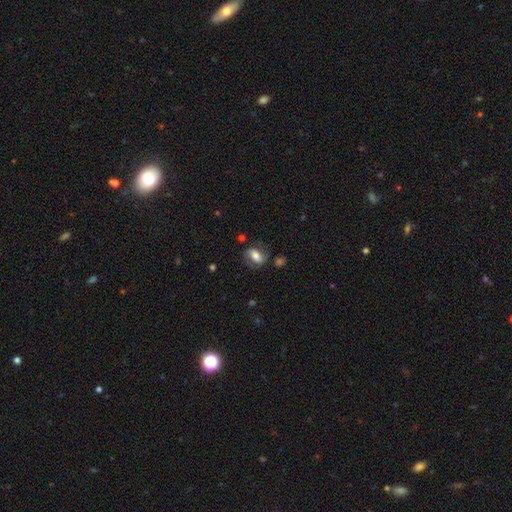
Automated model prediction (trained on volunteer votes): Smooth or featured? Predicted: featured or disk (p=0.52). Edge-on disk? Predicted: no (p=0.94). Merging? Predicted: none (p=0.66).